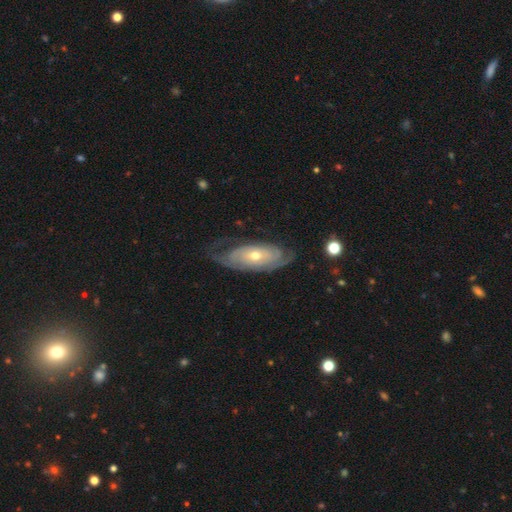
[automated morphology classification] Smooth or featured: featured or disk — 80% (smooth — 15%)
Edge-on disk: no — 89% (yes — 11%)
Bar: no — 77% (weak — 17%)
Spiral arms: yes — 88% (no — 12%)
Spiral winding: tight — 65% (medium — 25%)
Spiral arm count: 2 — 47% (can't tell — 36%)
Bulge size: small — 50% (moderate — 46%)
Merging: none — 69% (minor disturbance — 19%)